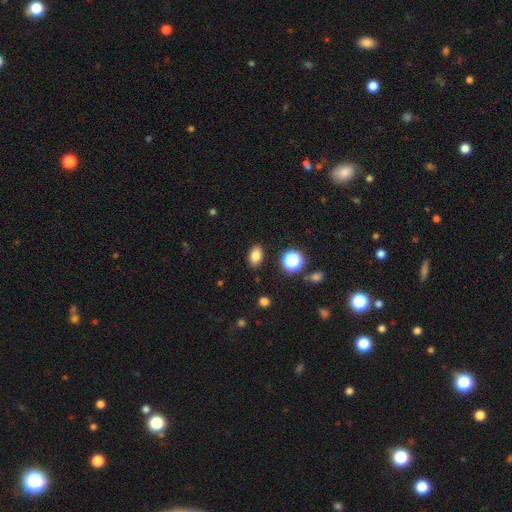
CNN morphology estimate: type=smooth (80%); roundness=in between (83%); merging=none (87%).